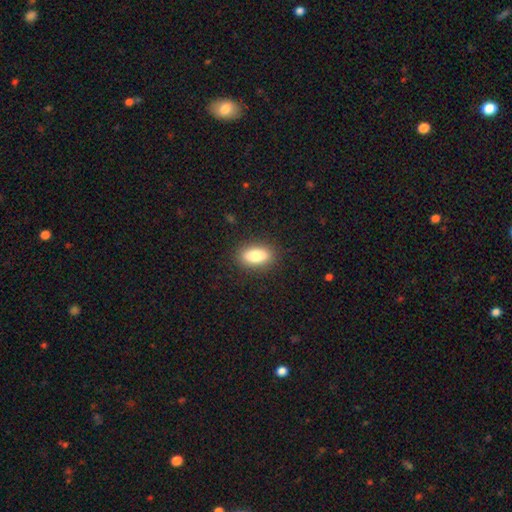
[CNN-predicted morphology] A smooth galaxy with no disk features (85%) that is in between round and cigar-shaped (86%).

Vote fractions:
- Smooth or featured? smooth: 85% / featured or disk: 8% / star or artifact: 7%
- How rounded? in between: 86% / cigar-shaped: 9% / round: 5%
- Merging? none: 88% / minor disturbance: 9% / major disturbance: 3% / merger: 1%